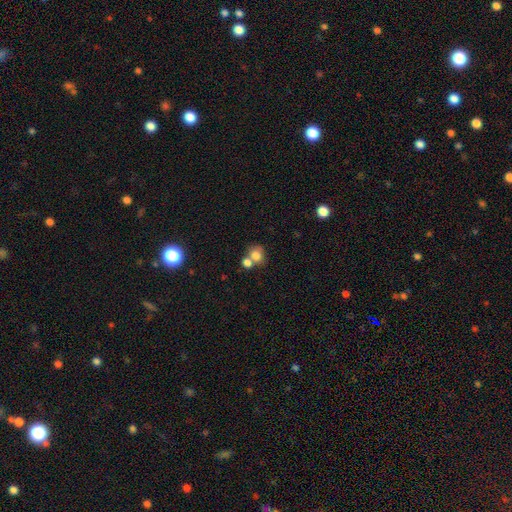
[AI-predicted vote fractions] Smooth or featured? Predicted: smooth (p=0.77). How rounded? Predicted: round (p=0.63). Merging? Predicted: merger (p=0.48).